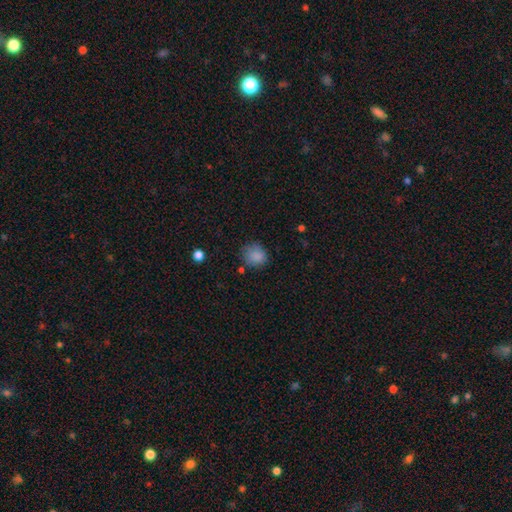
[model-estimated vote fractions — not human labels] This appears to be a smooth galaxy with no disk features (85%) that is round (82%). Merging: none (73%).